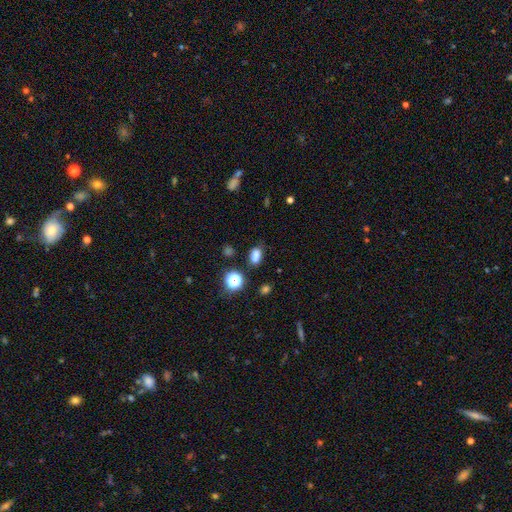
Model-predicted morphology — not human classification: smooth_or_featured: smooth (p=0.76) [alt: star or artifact p=0.18]
how_rounded: in between (p=0.78) [alt: round p=0.19]
merging: none (p=0.71) [alt: minor disturbance p=0.17]